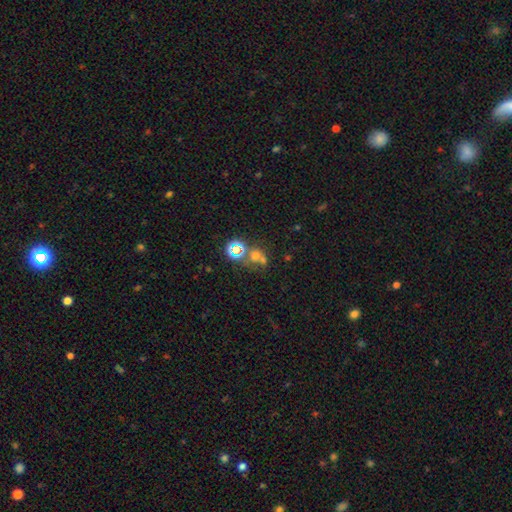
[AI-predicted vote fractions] The model was most divided on "merging": none: 43%, merger: 42%, minor disturbance: 9%, major disturbance: 7%. Remaining: smooth or featured — smooth (47%).